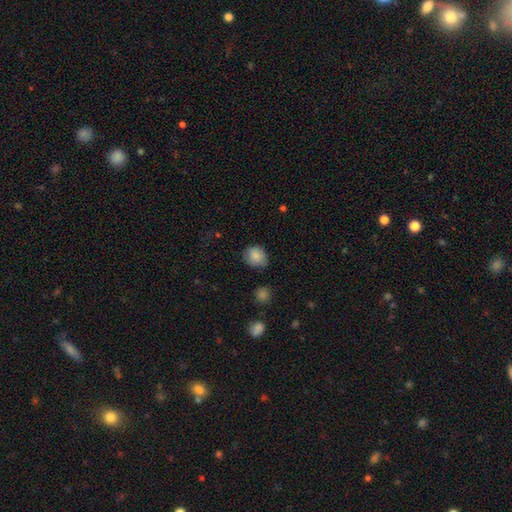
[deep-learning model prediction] The model was most divided on "how rounded": round: 74%, in between: 26%, cigar-shaped: 1%. More confident: smooth or featured — smooth (86%); merging — none (72%).